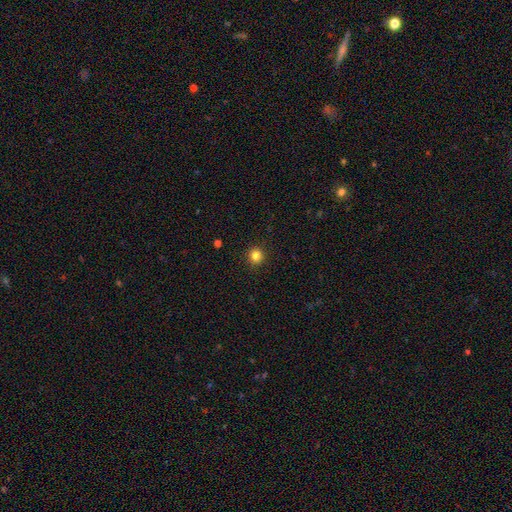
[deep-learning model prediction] Smooth or featured? Predicted: smooth (p=0.83). How rounded? Predicted: round (p=0.93). Merging? Predicted: none (p=0.92).